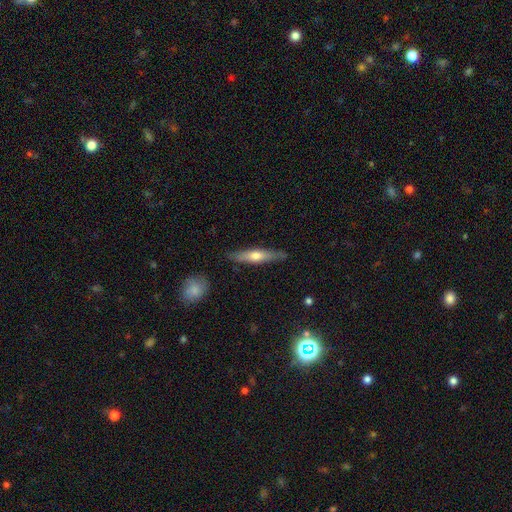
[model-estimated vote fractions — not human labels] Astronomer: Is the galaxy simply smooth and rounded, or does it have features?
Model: smooth — 50% (runner-up: featured or disk, 45%).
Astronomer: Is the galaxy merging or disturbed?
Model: none — 84%.